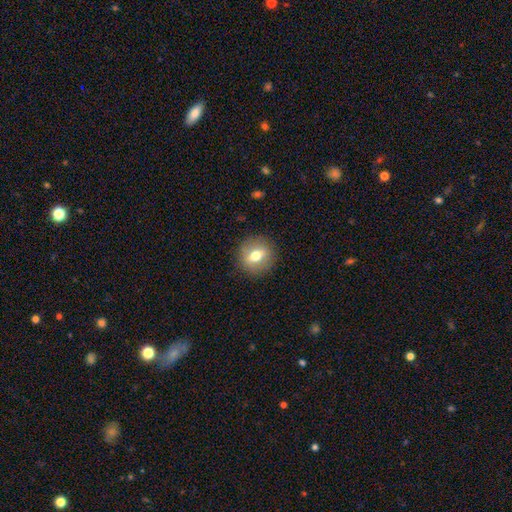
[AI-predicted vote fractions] smooth-or-featured: smooth: 61% | featured or disk: 30% | star or artifact: 9%
  how-rounded: round: 82% | in between: 17% | cigar-shaped: 1%
  merging: none: 88% | minor disturbance: 8% | major disturbance: 3% | merger: 1%